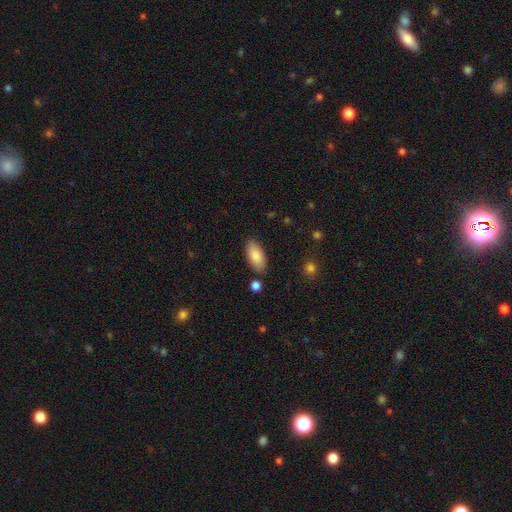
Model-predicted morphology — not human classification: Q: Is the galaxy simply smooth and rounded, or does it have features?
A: smooth — 85%.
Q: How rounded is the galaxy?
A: in between — 90%.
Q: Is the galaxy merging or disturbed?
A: none — 83%.